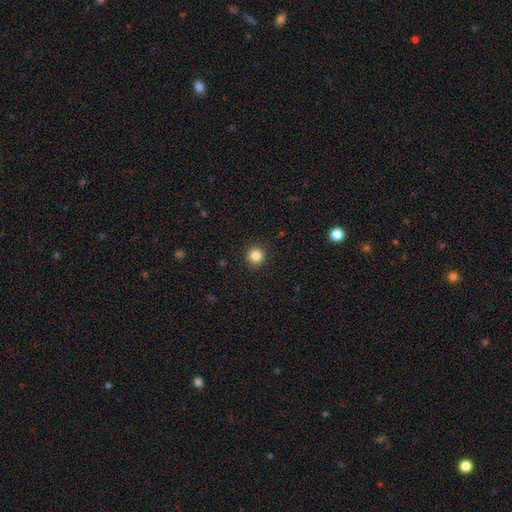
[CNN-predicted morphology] Overall: smooth (85%). How rounded: round (94%). Merging: none (92%).